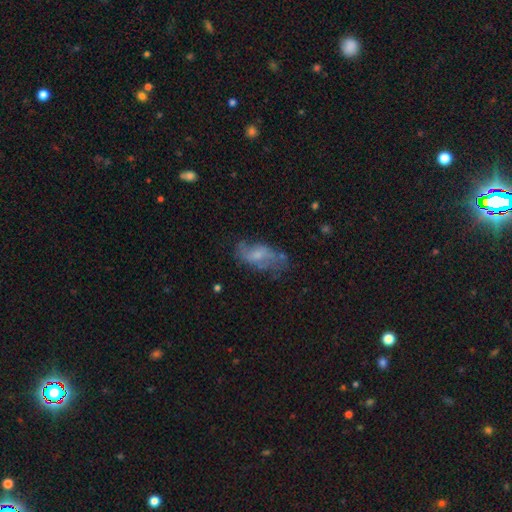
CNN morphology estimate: Overall: featured or disk (51%; smooth 40%). Edge-on disk: no (93%). Merging: none (51%; minor disturbance 27%).